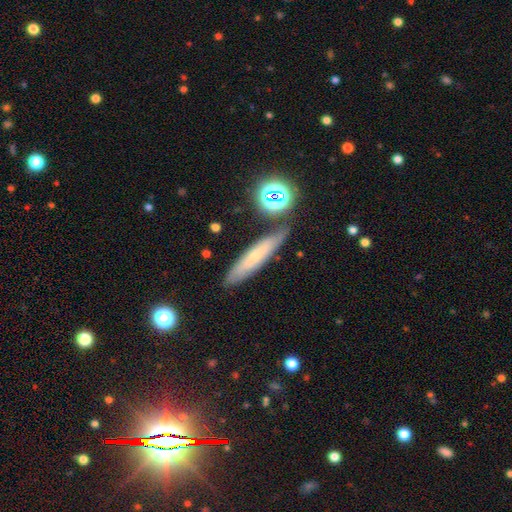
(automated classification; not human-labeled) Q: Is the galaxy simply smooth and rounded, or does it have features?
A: smooth — 52%.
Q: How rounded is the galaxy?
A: cigar-shaped — 83%.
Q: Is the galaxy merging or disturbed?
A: none — 80%.